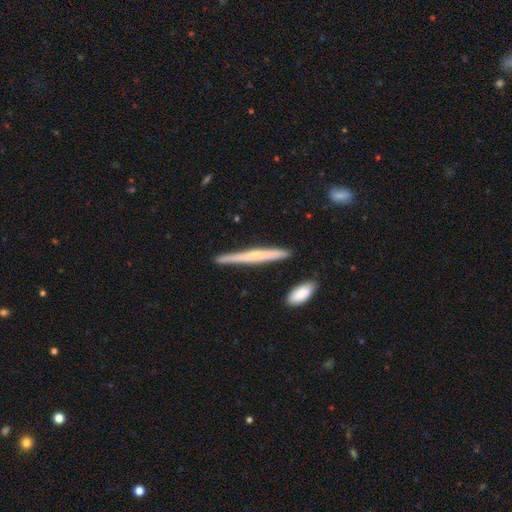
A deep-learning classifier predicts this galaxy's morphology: Q: Smooth or featured?
A: featured or disk (55%); runner-up: smooth (39%)
Q: Edge-on disk?
A: yes (96%); runner-up: no (4%)
Q: Edge-on bulge?
A: none (48%); runner-up: rounded (45%)
Q: Merging?
A: none (87%); runner-up: minor disturbance (9%)